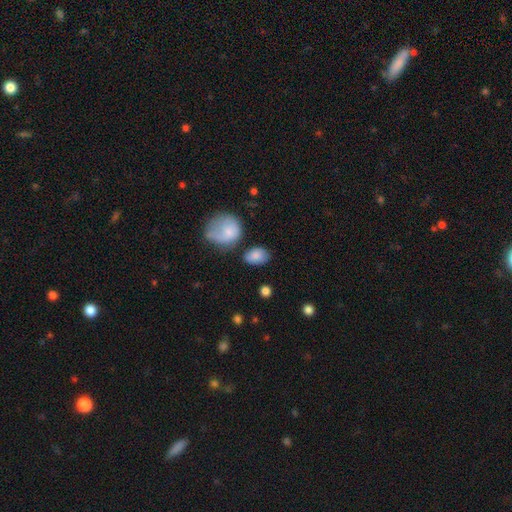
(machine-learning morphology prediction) Smooth or featured: smooth — 83% (featured or disk — 9%)
How rounded: in between — 81% (round — 18%)
Merging: none — 70% (minor disturbance — 17%)